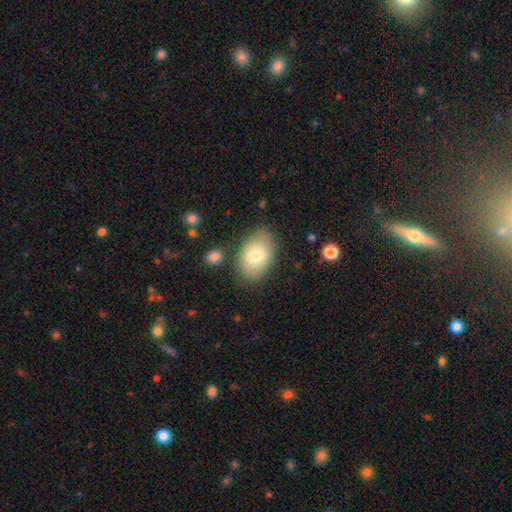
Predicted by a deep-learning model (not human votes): Morphology: type=smooth (71%); roundness=in between (87%); merging=none (77%).